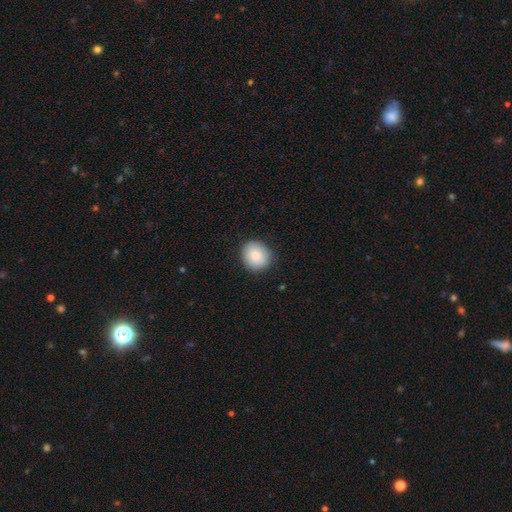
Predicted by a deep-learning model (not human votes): Overall: smooth (83%). How rounded: round (80%). Merging: none (87%).